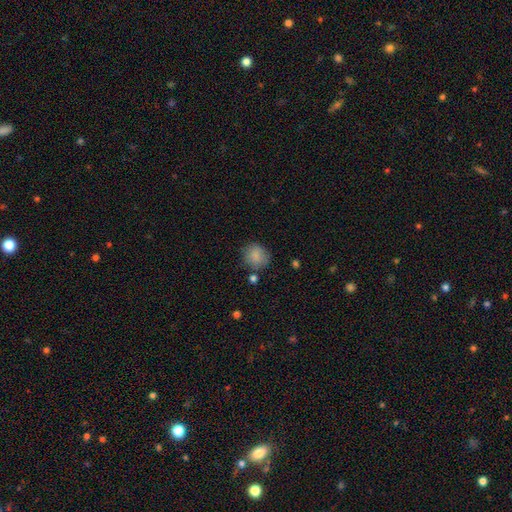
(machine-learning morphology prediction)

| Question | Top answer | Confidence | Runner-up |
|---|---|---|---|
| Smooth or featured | smooth | 84% | star or artifact (9%) |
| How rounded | round | 75% | in between (24%) |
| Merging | none | 72% | minor disturbance (18%) |